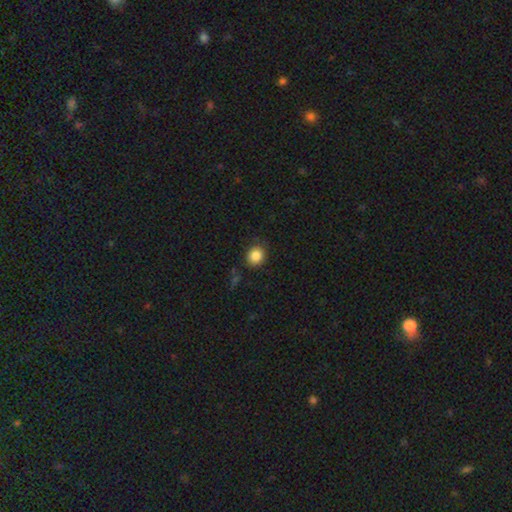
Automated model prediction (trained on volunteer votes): Overall: smooth (86%). How rounded: round (82%). Merging: none (84%).